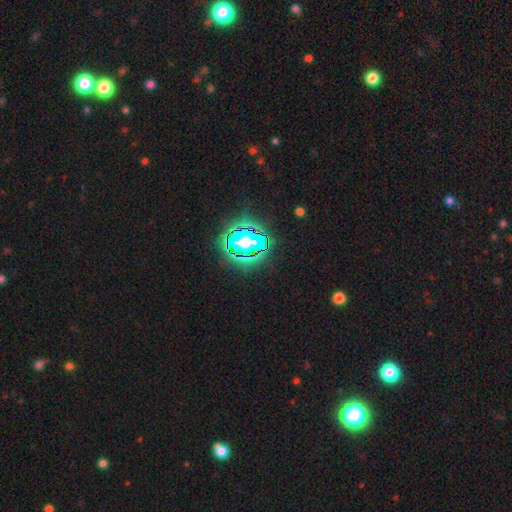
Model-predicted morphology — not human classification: Smooth or featured? Predicted: star or artifact (p=0.83).